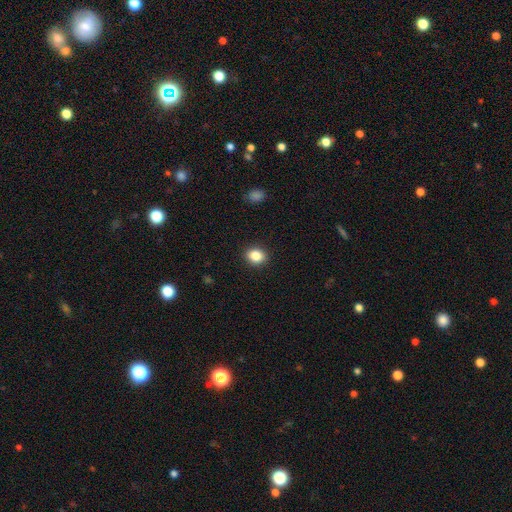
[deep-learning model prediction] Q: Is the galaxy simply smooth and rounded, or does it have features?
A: smooth — 84%.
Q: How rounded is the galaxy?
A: round — 61%.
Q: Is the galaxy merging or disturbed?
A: none — 90%.